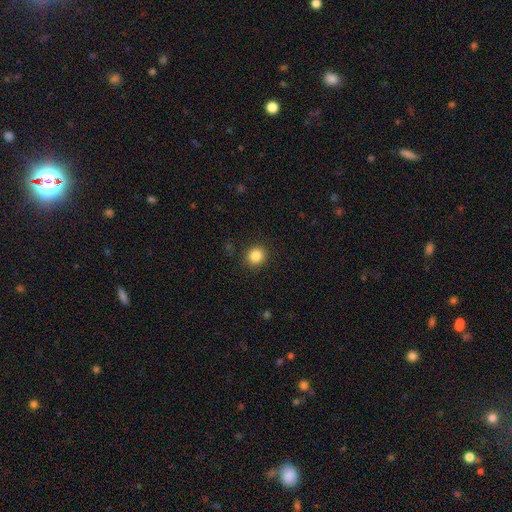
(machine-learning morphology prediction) smooth_or_featured: smooth (p=0.85) [alt: star or artifact p=0.10]
how_rounded: round (p=0.86) [alt: in between p=0.13]
merging: none (p=0.90) [alt: minor disturbance p=0.06]